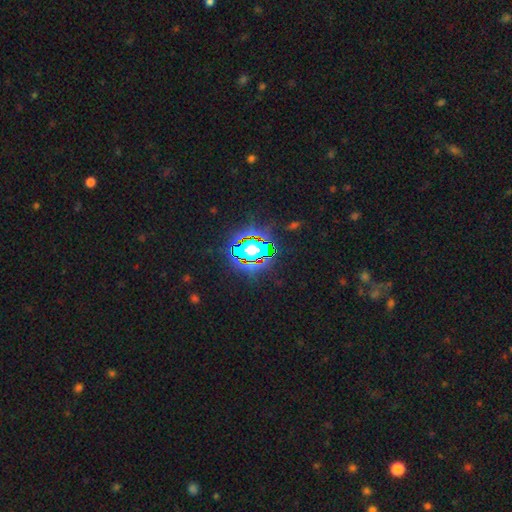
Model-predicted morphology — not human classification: Smooth or featured?
  - star or artifact: 72% *
  - smooth: 16%
  - featured or disk: 12%